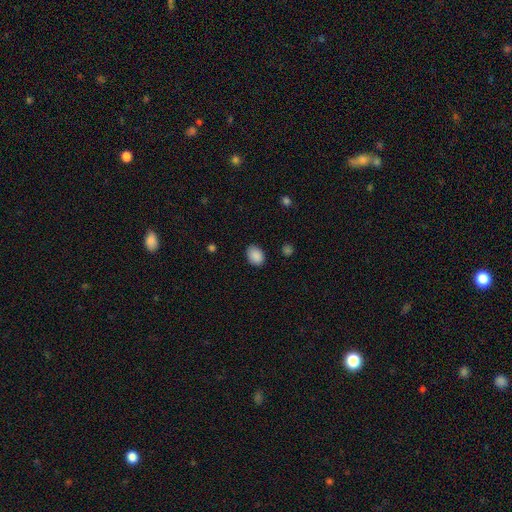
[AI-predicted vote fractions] Smooth or featured?
  - smooth: 89% *
  - star or artifact: 8%
  - featured or disk: 3%
How rounded?
  - in between: 73% *
  - round: 26%
  - cigar-shaped: 1%
Merging?
  - none: 84% *
  - minor disturbance: 12%
  - major disturbance: 3%
  - merger: 1%